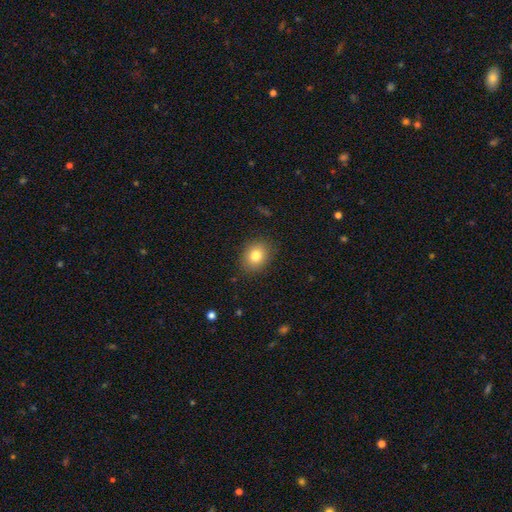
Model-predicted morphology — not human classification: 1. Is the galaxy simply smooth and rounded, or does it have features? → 81% smooth, 10% star or artifact, 9% featured or disk.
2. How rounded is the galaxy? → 60% round, 39% in between, 1% cigar-shaped.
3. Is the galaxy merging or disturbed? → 87% none, 10% minor disturbance, 3% major disturbance, 1% merger.